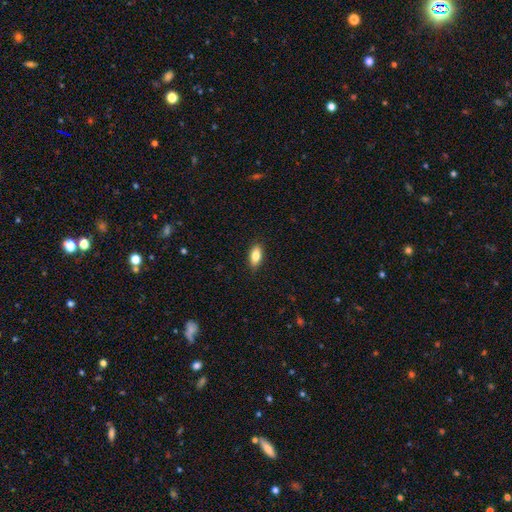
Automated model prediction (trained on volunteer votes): Q: Smooth or featured?
A: smooth (81%); runner-up: featured or disk (12%)
Q: How rounded?
A: in between (85%); runner-up: cigar-shaped (12%)
Q: Merging?
A: none (88%); runner-up: minor disturbance (9%)